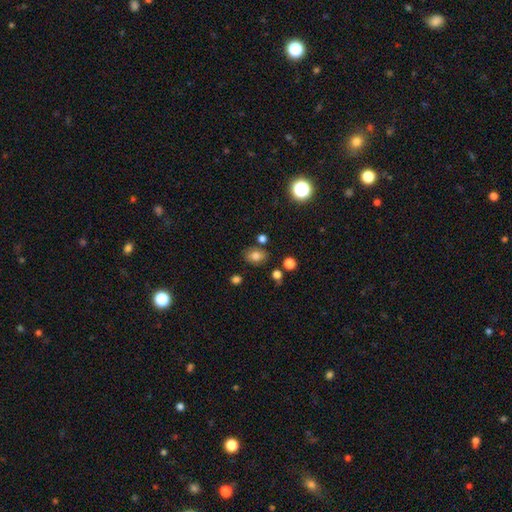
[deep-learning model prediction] Morphology: type=smooth (77%); roundness=in between (69%); merging=none (77%).